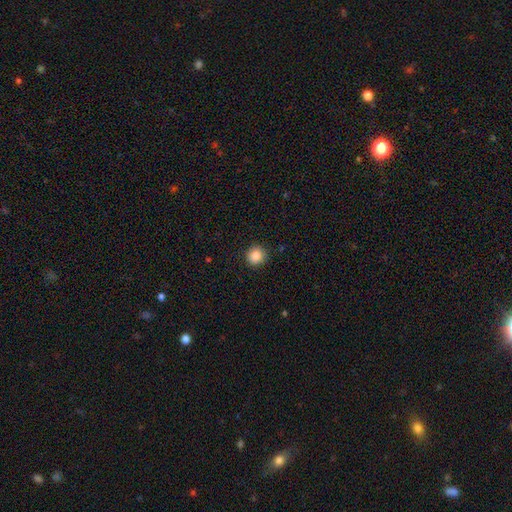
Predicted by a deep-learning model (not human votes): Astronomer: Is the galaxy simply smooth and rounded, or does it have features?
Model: smooth — 85%.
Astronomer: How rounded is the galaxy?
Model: round — 93%.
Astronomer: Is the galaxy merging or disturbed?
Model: none — 91%.